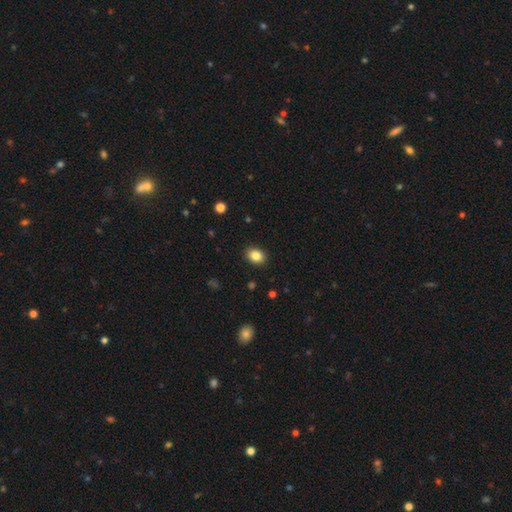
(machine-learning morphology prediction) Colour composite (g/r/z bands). It shows a smooth galaxy with no disk features (85%) that is in between round and cigar-shaped (61%). Merging: none (89%).